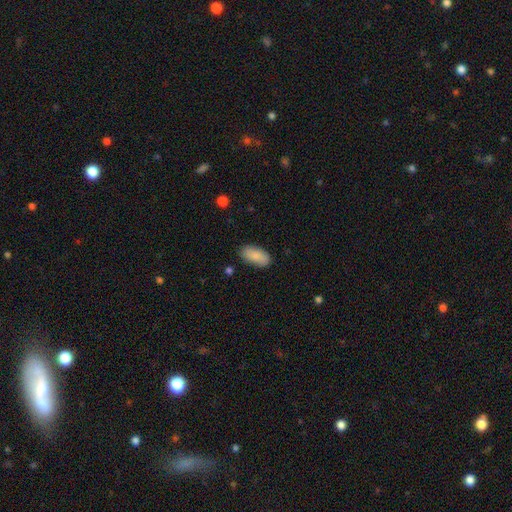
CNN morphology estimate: type=smooth (84%); roundness=in between (92%); merging=none (84%).